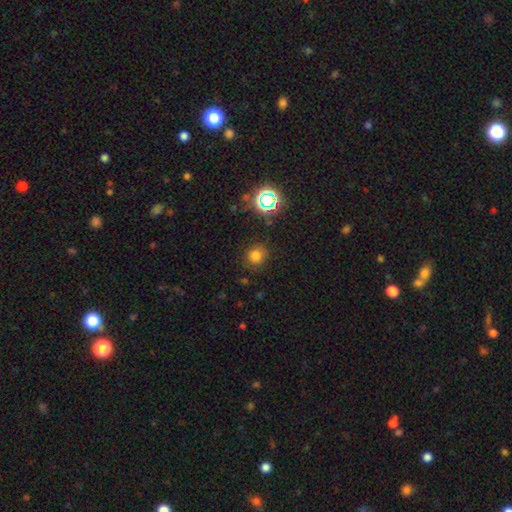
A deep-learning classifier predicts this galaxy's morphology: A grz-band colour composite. It shows a smooth galaxy with no disk features (73%) that is round (84%). Merging: none (83%).